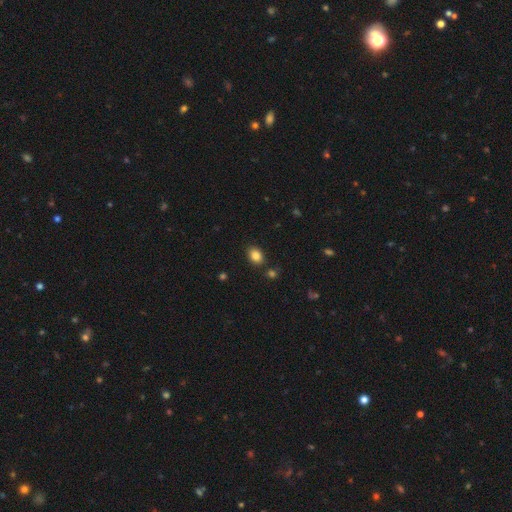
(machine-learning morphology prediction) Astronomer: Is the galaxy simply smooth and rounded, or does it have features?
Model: smooth — 84%.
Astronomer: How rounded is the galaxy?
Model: in between — 68%.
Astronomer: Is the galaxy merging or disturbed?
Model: none — 83%.